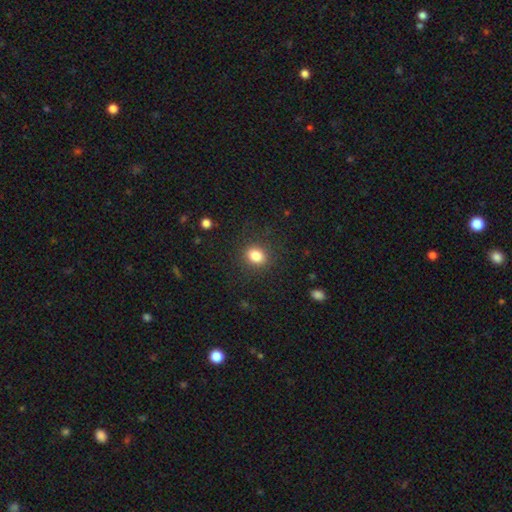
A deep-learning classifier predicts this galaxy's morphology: Smooth or featured: smooth — 84% (star or artifact — 11%)
How rounded: round — 60% (in between — 39%)
Merging: none — 87% (minor disturbance — 9%)